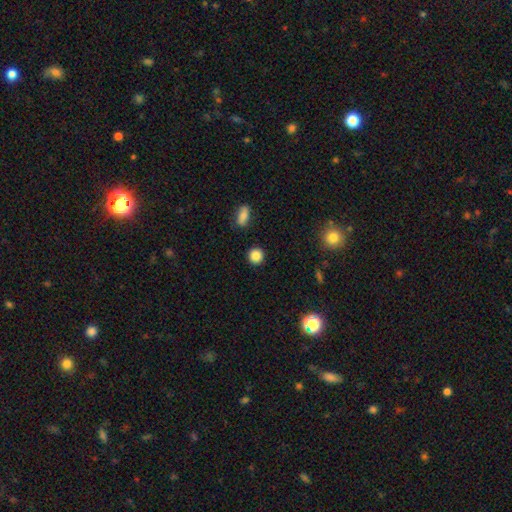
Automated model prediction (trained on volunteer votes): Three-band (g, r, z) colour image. It shows a smooth galaxy with no disk features (86%) that is round (92%). Merging: none (91%).